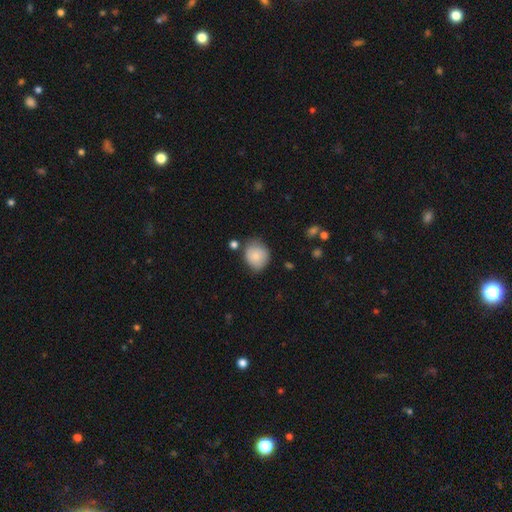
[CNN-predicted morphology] Smooth or featured?
  - smooth: 80% *
  - featured or disk: 12%
  - star or artifact: 8%
How rounded?
  - round: 72% *
  - in between: 27%
  - cigar-shaped: 1%
Merging?
  - none: 64% *
  - minor disturbance: 26%
  - major disturbance: 6%
  - merger: 4%